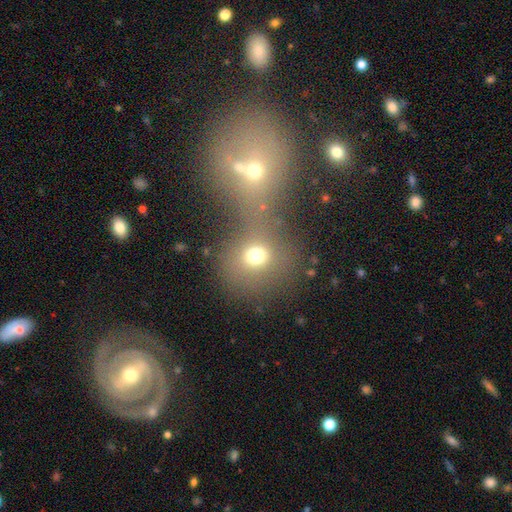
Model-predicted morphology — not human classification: Smooth or featured?
  - smooth: 70% *
  - star or artifact: 16%
  - featured or disk: 13%
How rounded?
  - round: 76% *
  - in between: 23%
  - cigar-shaped: 1%
Merging?
  - none: 44% *
  - merger: 39%
  - minor disturbance: 9%
  - major disturbance: 7%